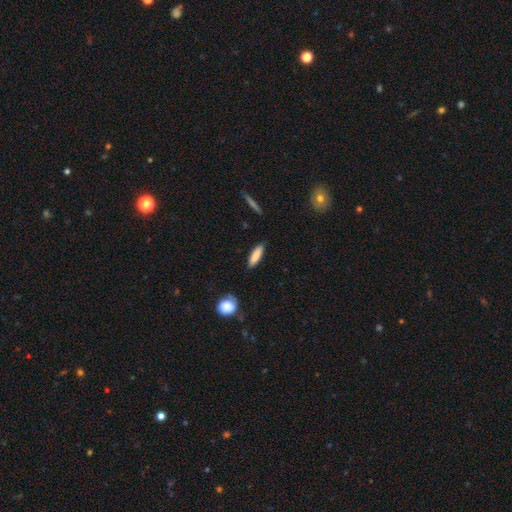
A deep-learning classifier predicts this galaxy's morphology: The model was most divided on "how rounded": cigar-shaped: 65%, in between: 33%, round: 2%. More confident: merging — none (85%); smooth or featured — smooth (84%).